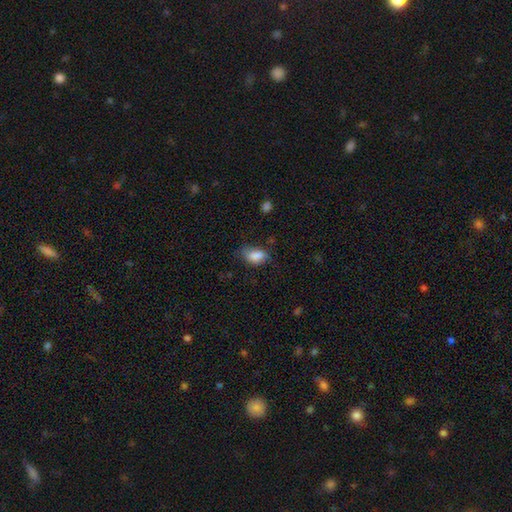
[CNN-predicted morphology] The model was most divided on "merging": none: 50%, minor disturbance: 35%, major disturbance: 12%, merger: 3%. More confident: how rounded — in between (87%); smooth or featured — smooth (83%).